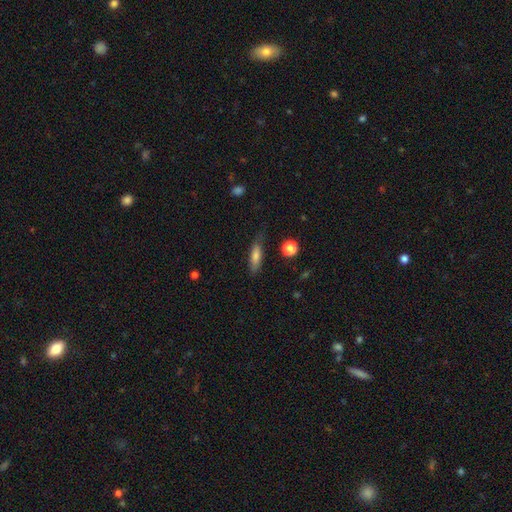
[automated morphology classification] This is likely a smooth galaxy (72%). How rounded: possibly cigar-shaped (57%). Merging: likely none (68%).